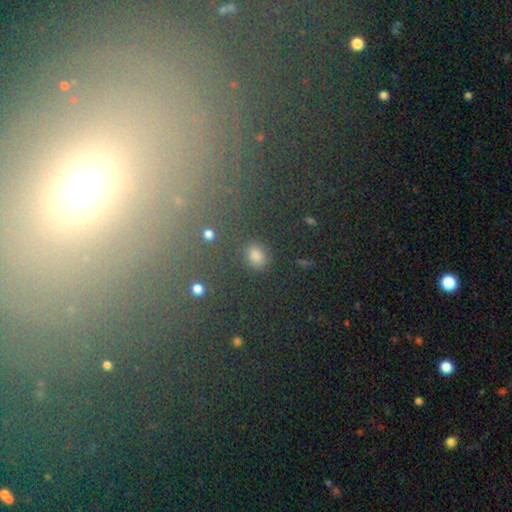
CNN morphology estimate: This is likely a smooth galaxy (70%). How rounded: possibly in between (50%). Merging: clearly none (80%).